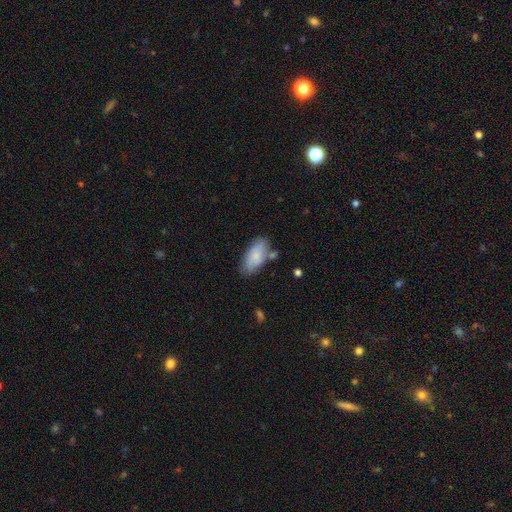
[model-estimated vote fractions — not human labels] smooth-or-featured: smooth: 75% | featured or disk: 19% | star or artifact: 6%
  how-rounded: in between: 91% | cigar-shaped: 6% | round: 3%
  merging: none: 65% | minor disturbance: 21% | merger: 9% | major disturbance: 5%